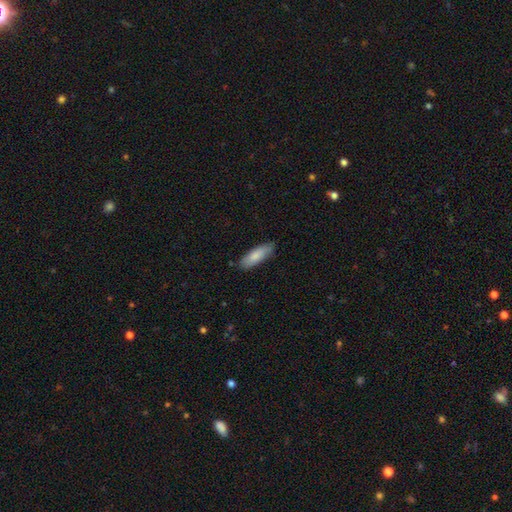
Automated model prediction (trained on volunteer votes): Morphology: type=smooth (83%); roundness=in between (58%); merging=none (81%).